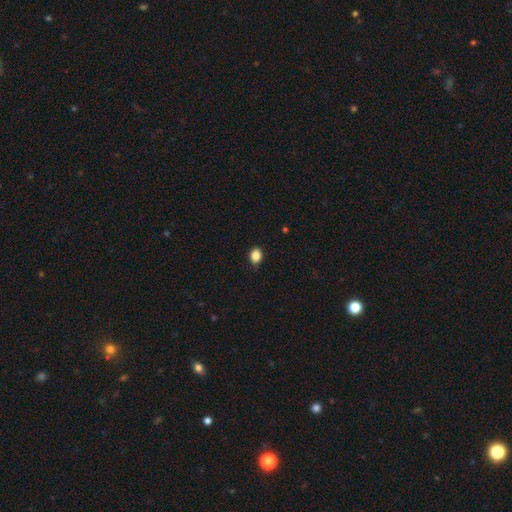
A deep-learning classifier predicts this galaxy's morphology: Overall: smooth (86%). How rounded: in between (51%; round 48%). Merging: none (85%).